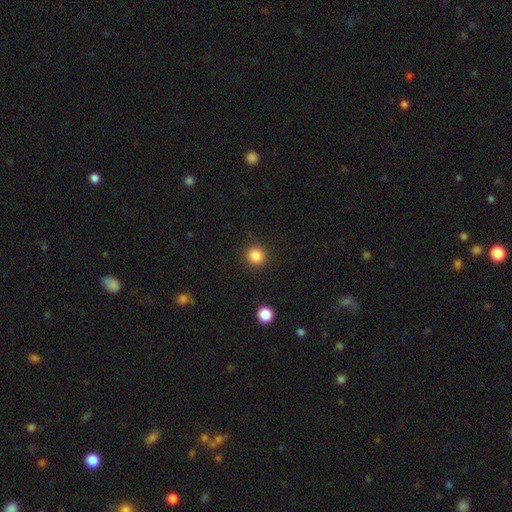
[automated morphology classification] smooth-or-featured: smooth: 85% | star or artifact: 11% | featured or disk: 4%
  how-rounded: round: 94% | in between: 6% | cigar-shaped: 1%
  merging: none: 92% | minor disturbance: 5% | major disturbance: 2% | merger: 1%